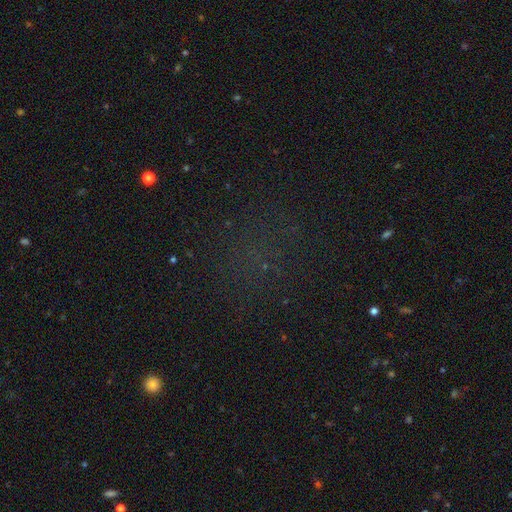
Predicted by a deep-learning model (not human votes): A star or artifact, not a galaxy (60%).

Vote fractions:
- Smooth or featured? star or artifact: 60% / smooth: 29% / featured or disk: 11%